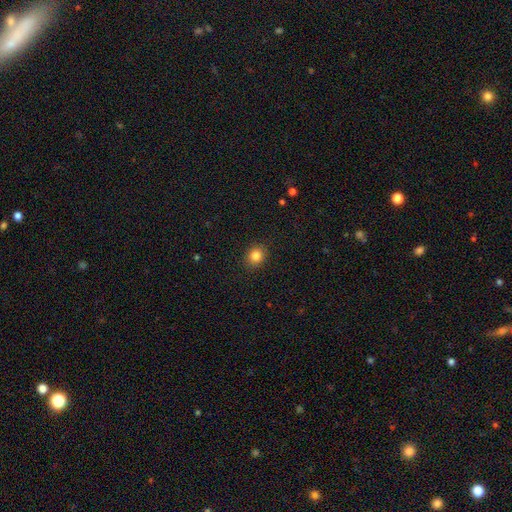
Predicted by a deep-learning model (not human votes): Smooth or featured?
  - smooth: 83% *
  - star or artifact: 11%
  - featured or disk: 6%
How rounded?
  - round: 71% *
  - in between: 28%
  - cigar-shaped: 1%
Merging?
  - none: 90% *
  - minor disturbance: 7%
  - major disturbance: 2%
  - merger: 1%